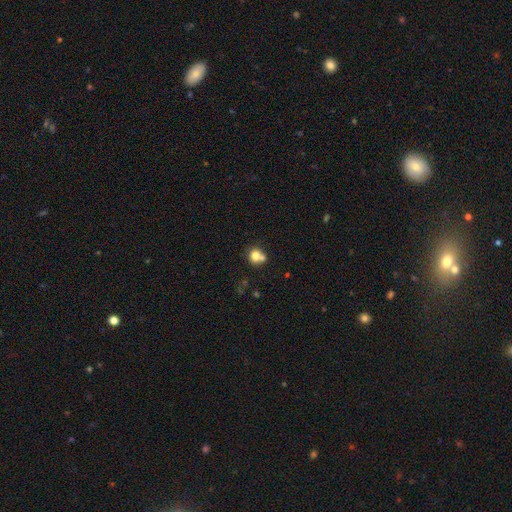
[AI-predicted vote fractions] Overall: smooth (76%). How rounded: round (83%). Merging: none (48%; merger 36%).